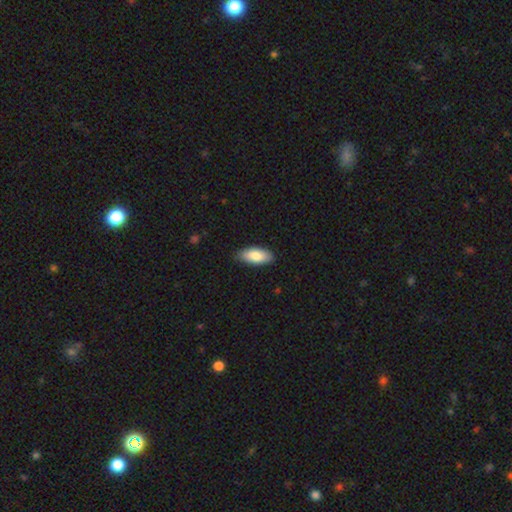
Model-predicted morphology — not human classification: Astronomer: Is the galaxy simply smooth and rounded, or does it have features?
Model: smooth — 83%.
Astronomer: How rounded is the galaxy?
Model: in between — 84%.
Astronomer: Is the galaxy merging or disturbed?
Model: none — 85%.